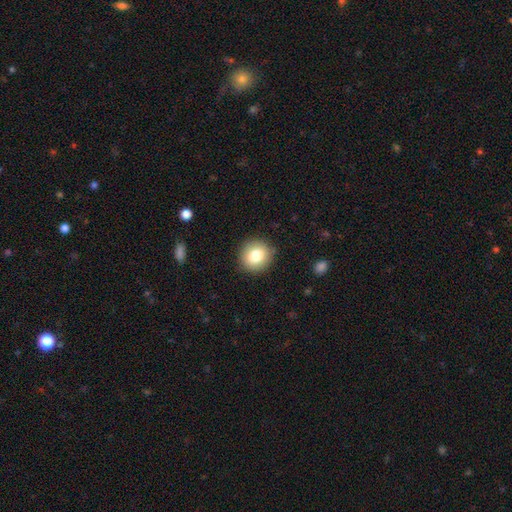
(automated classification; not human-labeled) The model was most divided on "smooth or featured": smooth: 80%, featured or disk: 10%, star or artifact: 9%. More confident: merging — none (89%); how rounded — round (88%).